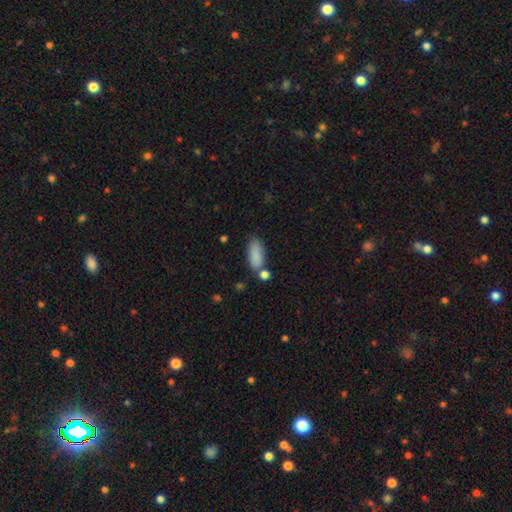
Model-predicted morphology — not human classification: The model was most divided on "merging": none: 66%, minor disturbance: 16%, merger: 14%, major disturbance: 5%. More confident: smooth or featured — smooth (87%); how rounded — in between (86%).